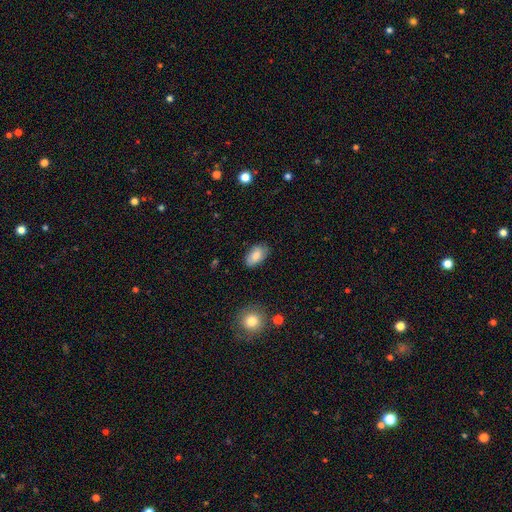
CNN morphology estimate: Smooth or featured? Predicted: smooth (p=0.84). How rounded? Predicted: in between (p=0.93). Merging? Predicted: none (p=0.82).